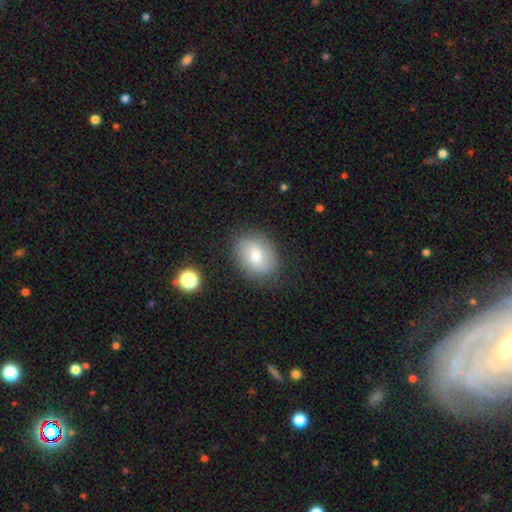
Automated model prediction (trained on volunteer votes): Q: Smooth or featured?
A: smooth (75%); runner-up: featured or disk (16%)
Q: How rounded?
A: in between (62%); runner-up: round (37%)
Q: Merging?
A: none (83%); runner-up: minor disturbance (12%)